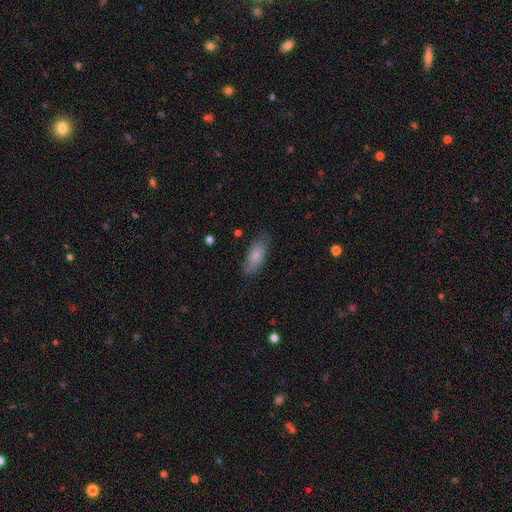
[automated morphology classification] A smooth galaxy with no disk features (77%) that is in between round and cigar-shaped (74%). Merging: none (71%).